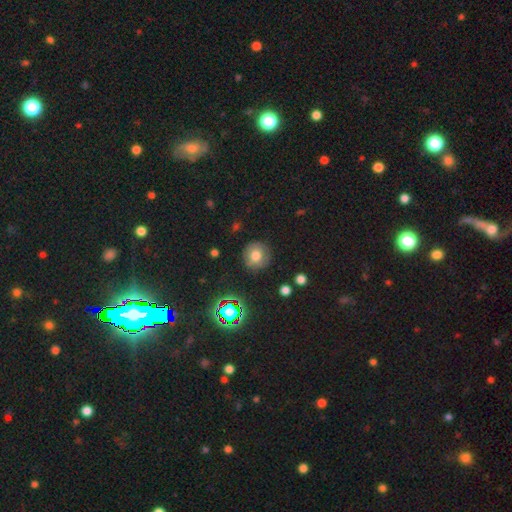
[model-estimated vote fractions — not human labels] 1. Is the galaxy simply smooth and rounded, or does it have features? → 71% smooth, 15% star or artifact, 13% featured or disk.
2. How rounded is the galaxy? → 91% round, 8% in between, 1% cigar-shaped.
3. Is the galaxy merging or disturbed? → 85% none, 10% minor disturbance, 3% major disturbance, 2% merger.